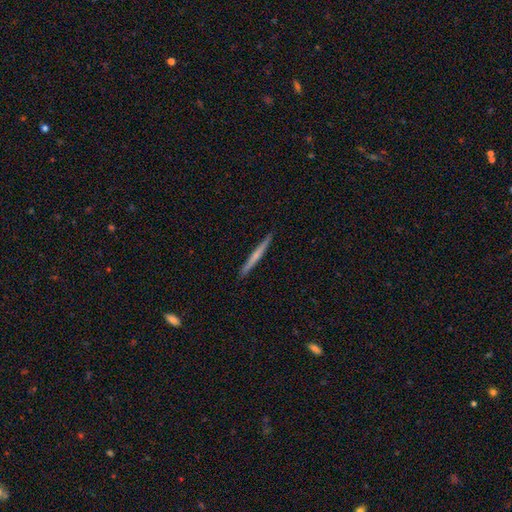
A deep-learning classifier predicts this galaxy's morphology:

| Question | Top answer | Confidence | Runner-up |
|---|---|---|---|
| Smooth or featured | featured or disk | 52% | smooth (42%) |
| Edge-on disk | yes | 98% | no (2%) |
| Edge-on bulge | none | 54% | rounded (42%) |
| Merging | none | 92% | minor disturbance (6%) |